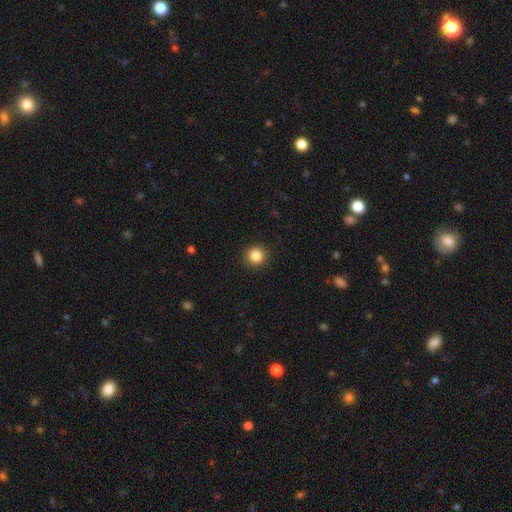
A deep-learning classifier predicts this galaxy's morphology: Overall: smooth (85%). How rounded: round (94%). Merging: none (92%).